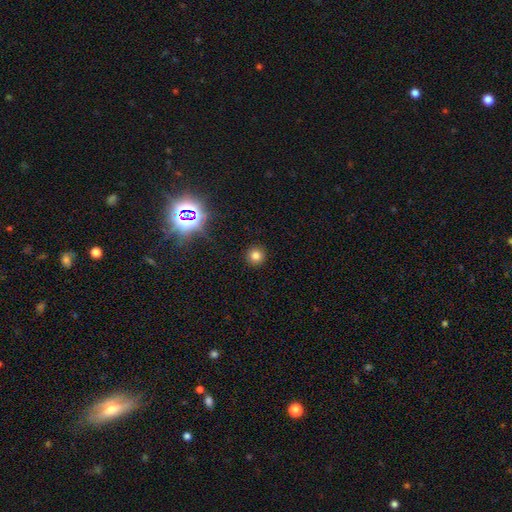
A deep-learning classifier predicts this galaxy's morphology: This is likely a smooth galaxy (77%). How rounded: clearly round (94%). Merging: clearly none (92%).